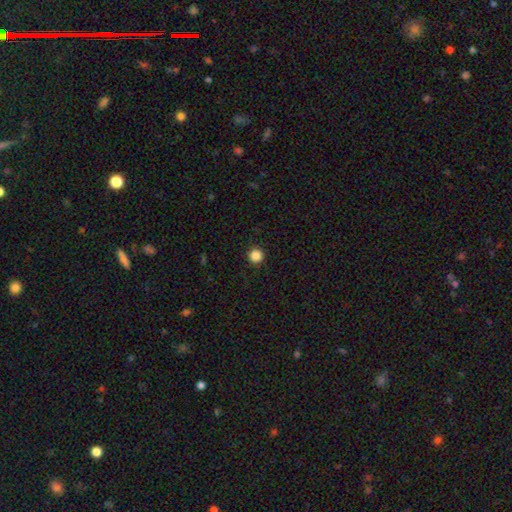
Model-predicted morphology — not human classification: smooth 86%, star or artifact 11%, featured or disk 3%. Down the decision tree: how rounded — round (96%); merging — none (93%).